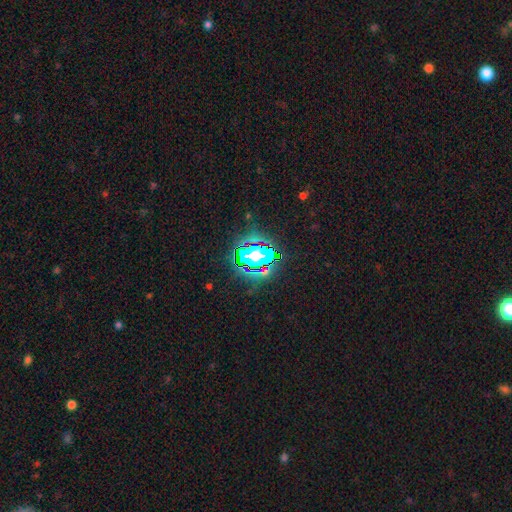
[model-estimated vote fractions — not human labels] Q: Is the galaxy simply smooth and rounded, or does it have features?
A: star or artifact — 81%.